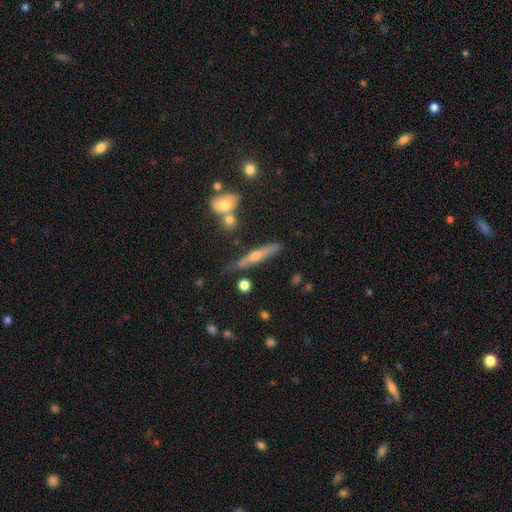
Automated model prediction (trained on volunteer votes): A featured or disk galaxy (56%) viewed edge-on (94%) with a rounded central bulge (81%). Merging: none (74%).